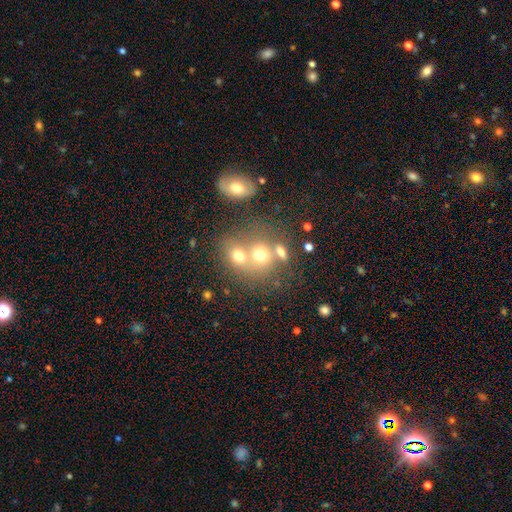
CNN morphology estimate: Overall: smooth (55%; featured or disk 23%). How rounded: round (73%). Merging: merger (56%; none 33%).